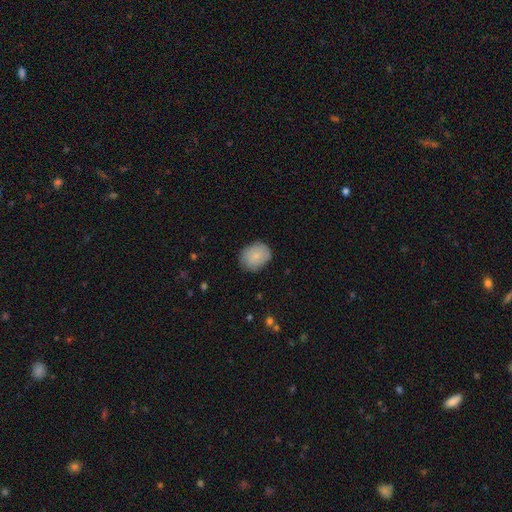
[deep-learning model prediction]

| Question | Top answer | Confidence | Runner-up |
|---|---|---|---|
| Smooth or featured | smooth | 78% | featured or disk (15%) |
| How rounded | in between | 52% | round (47%) |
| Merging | none | 74% | minor disturbance (20%) |